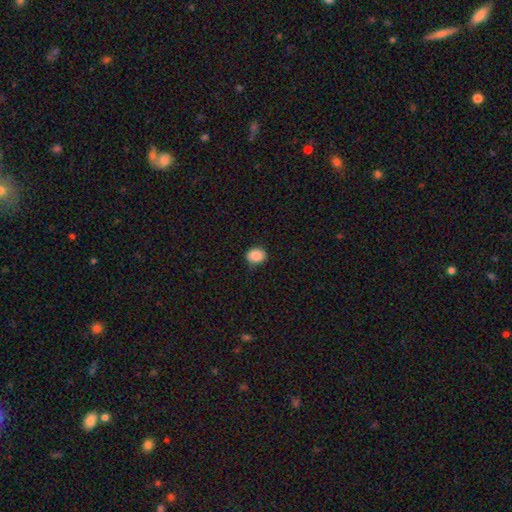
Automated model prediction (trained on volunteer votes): smooth-or-featured: smooth: 88% | star or artifact: 9% | featured or disk: 4%
  how-rounded: round: 59% | in between: 40% | cigar-shaped: 1%
  merging: none: 79% | minor disturbance: 17% | major disturbance: 3% | merger: 1%